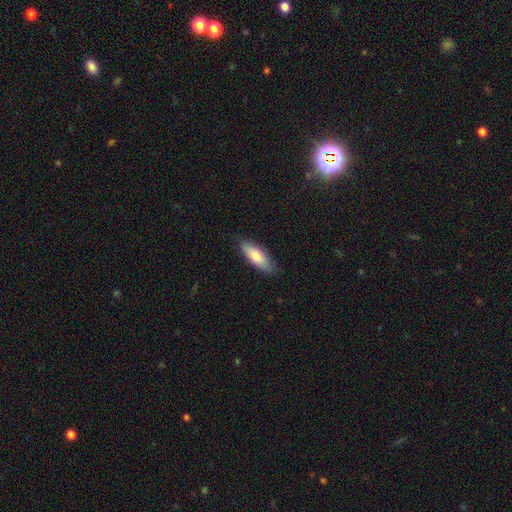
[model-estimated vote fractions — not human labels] Q: Smooth or featured?
A: smooth (75%); runner-up: featured or disk (19%)
Q: How rounded?
A: in between (60%); runner-up: cigar-shaped (38%)
Q: Merging?
A: none (84%); runner-up: minor disturbance (12%)